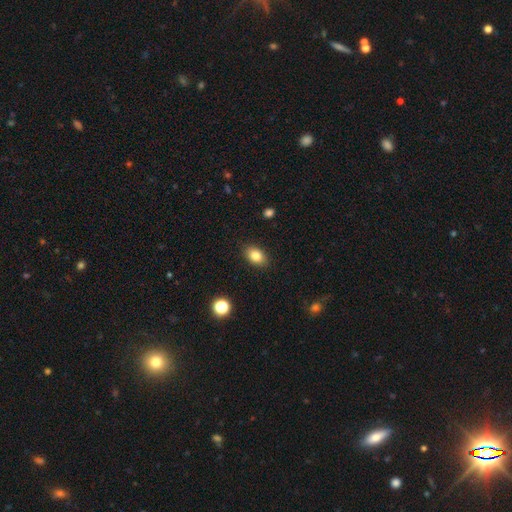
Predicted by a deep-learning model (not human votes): A smooth galaxy with no disk features (83%) that is in between round and cigar-shaped (83%).

Vote fractions:
- Smooth or featured? smooth: 83% / star or artifact: 9% / featured or disk: 8%
- How rounded? in between: 83% / round: 16% / cigar-shaped: 1%
- Merging? none: 88% / minor disturbance: 9% / major disturbance: 2% / merger: 1%